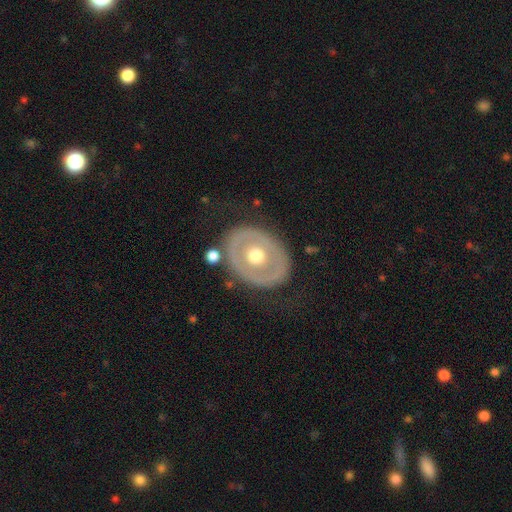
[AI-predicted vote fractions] Smooth or featured? featured or disk (60%)
Edge-on disk? no (93%)
Bar? no (91%)
Spiral arms? no (90%)
Bulge size? moderate (78%)
Merging? none (78%)